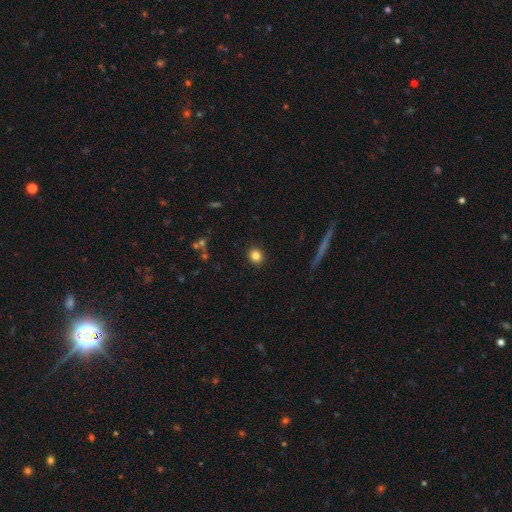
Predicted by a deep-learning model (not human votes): A smooth galaxy with no disk features (82%) that is round (83%).

Vote fractions:
- Smooth or featured? smooth: 82% / star or artifact: 11% / featured or disk: 7%
- How rounded? round: 83% / in between: 15% / cigar-shaped: 1%
- Merging? none: 90% / minor disturbance: 6% / major disturbance: 2% / merger: 1%